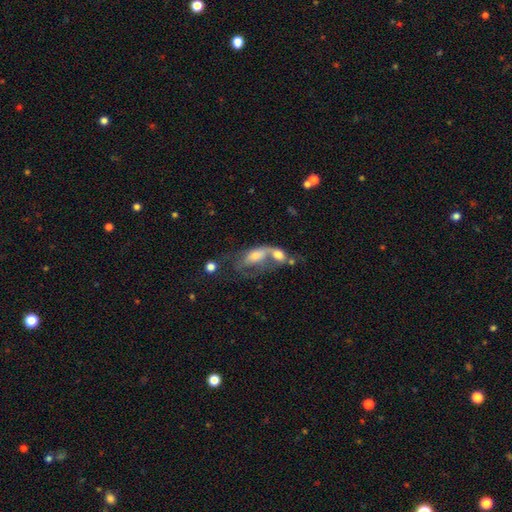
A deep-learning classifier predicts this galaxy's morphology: Overall: smooth (54%; featured or disk 37%). How rounded: in between (85%). Merging: merger (63%).